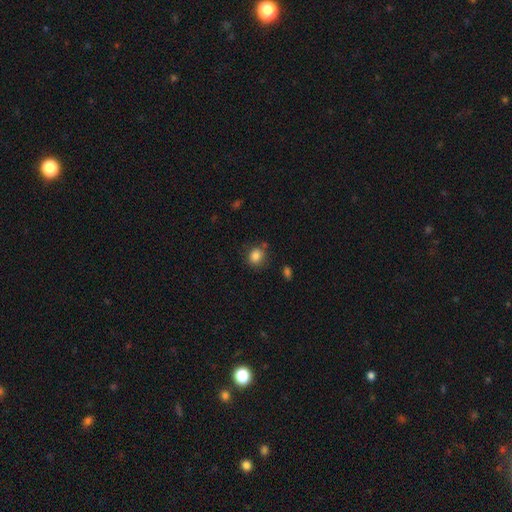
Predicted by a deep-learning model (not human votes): Q: Smooth or featured?
A: smooth (84%); runner-up: star or artifact (10%)
Q: How rounded?
A: round (72%); runner-up: in between (27%)
Q: Merging?
A: none (75%); runner-up: minor disturbance (15%)